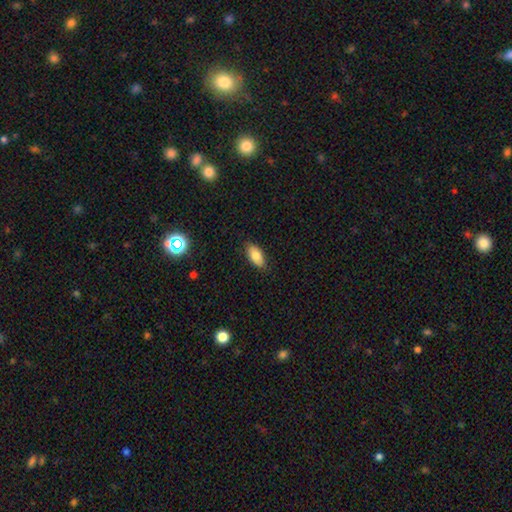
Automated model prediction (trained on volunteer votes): Smooth or featured? Predicted: smooth (p=0.80). How rounded? Predicted: in between (p=0.91). Merging? Predicted: none (p=0.85).